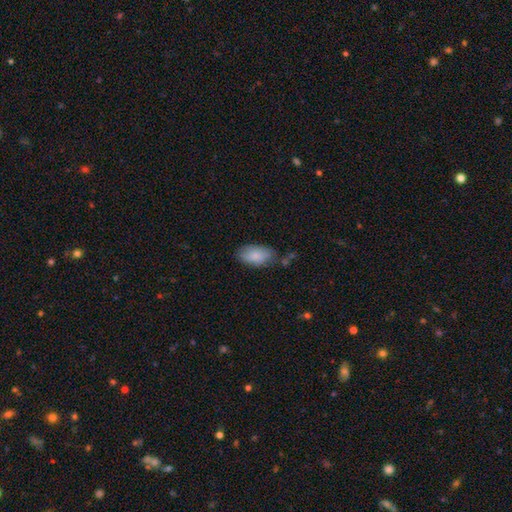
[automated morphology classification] Smooth or featured? smooth (83%)
How rounded? in between (93%)
Merging? none (67%)